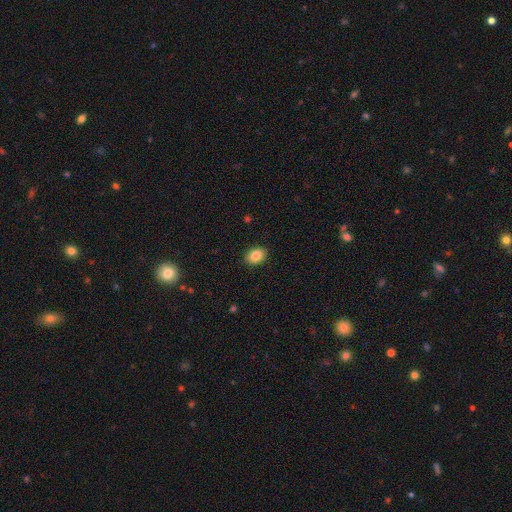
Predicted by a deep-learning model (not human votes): This appears to be a smooth galaxy with no disk features (87%) that is in between round and cigar-shaped (75%). Merging: none (89%).